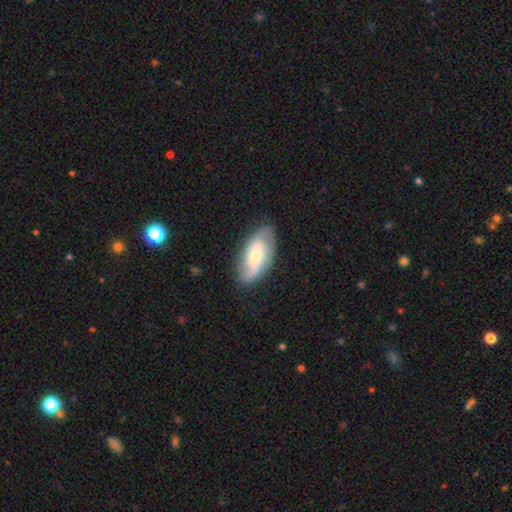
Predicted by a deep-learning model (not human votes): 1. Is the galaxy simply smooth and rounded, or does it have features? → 51% featured or disk, 43% smooth, 6% star or artifact.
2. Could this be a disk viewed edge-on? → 89% no, 11% yes.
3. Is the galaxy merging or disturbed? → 75% none, 18% minor disturbance, 5% major disturbance, 1% merger.